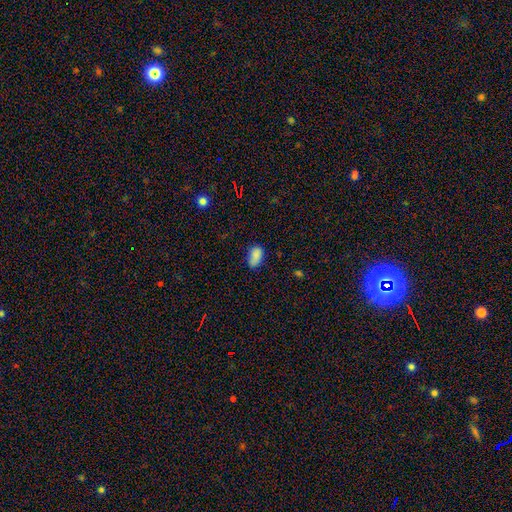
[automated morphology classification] Overall: smooth (85%). How rounded: in between (91%). Merging: none (59%; minor disturbance 30%).